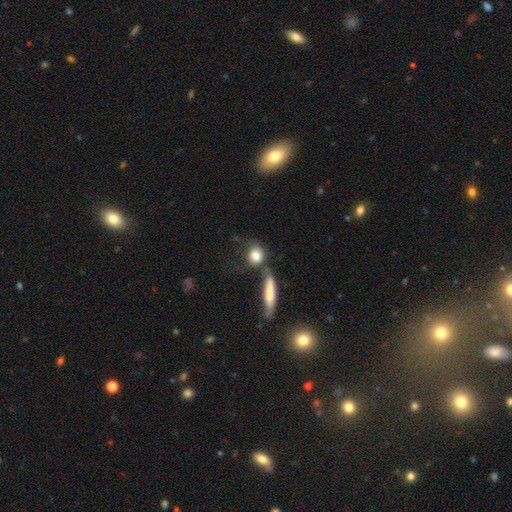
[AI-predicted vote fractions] smooth_or_featured: smooth (p=0.80) [alt: featured or disk p=0.13]
how_rounded: round (p=0.54) [alt: in between p=0.36]
merging: none (p=0.47) [alt: merger p=0.27]